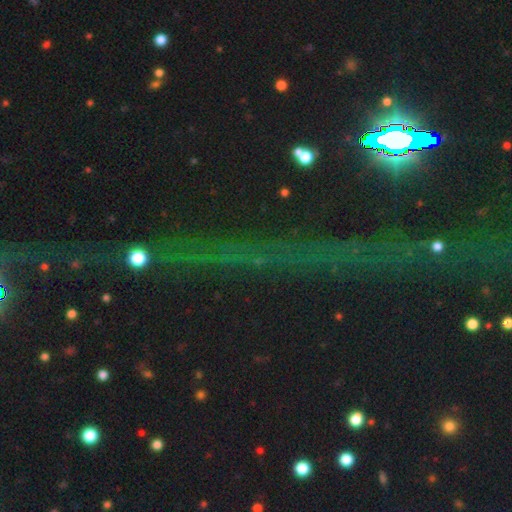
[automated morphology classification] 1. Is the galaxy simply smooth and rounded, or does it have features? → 74% star or artifact, 14% featured or disk, 12% smooth.